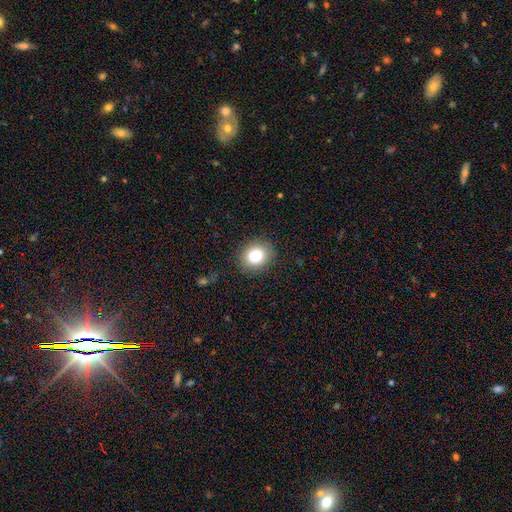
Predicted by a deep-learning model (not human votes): Overall: smooth (82%). How rounded: round (60%; in between 39%). Merging: none (87%).